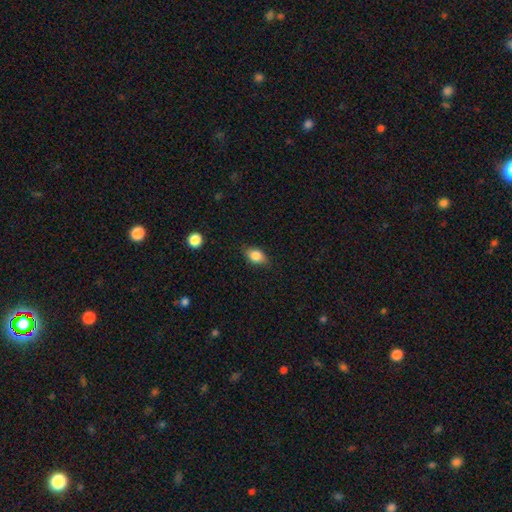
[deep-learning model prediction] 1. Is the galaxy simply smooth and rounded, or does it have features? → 78% smooth, 14% featured or disk, 9% star or artifact.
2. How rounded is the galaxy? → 79% in between, 17% round, 4% cigar-shaped.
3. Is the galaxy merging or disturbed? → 80% none, 16% minor disturbance, 3% major disturbance, 1% merger.